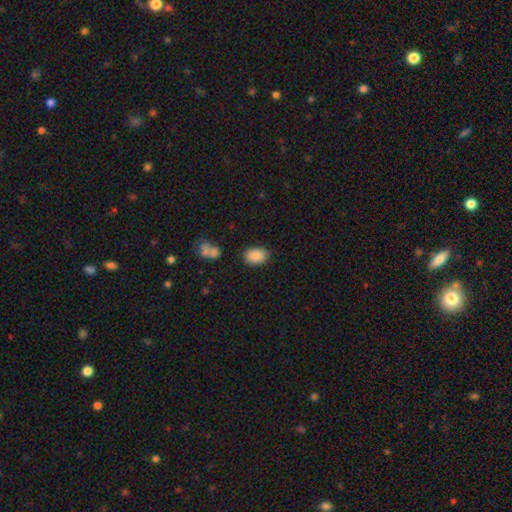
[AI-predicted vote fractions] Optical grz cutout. It shows a smooth galaxy with no disk features (88%) that is in between round and cigar-shaped (86%). Merging: none (81%).